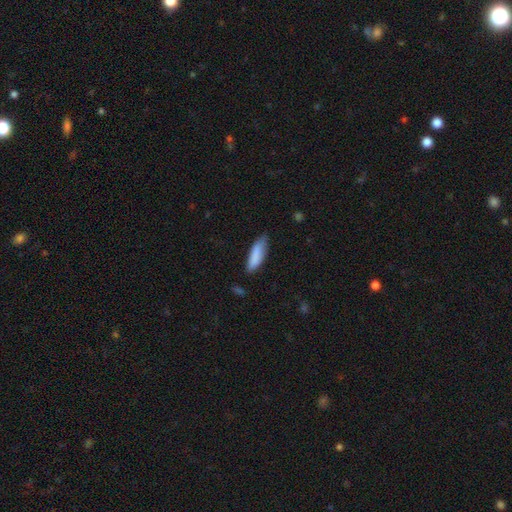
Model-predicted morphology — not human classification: This is clearly a smooth galaxy (86%). How rounded: possibly cigar-shaped (50%). Merging: likely none (67%).